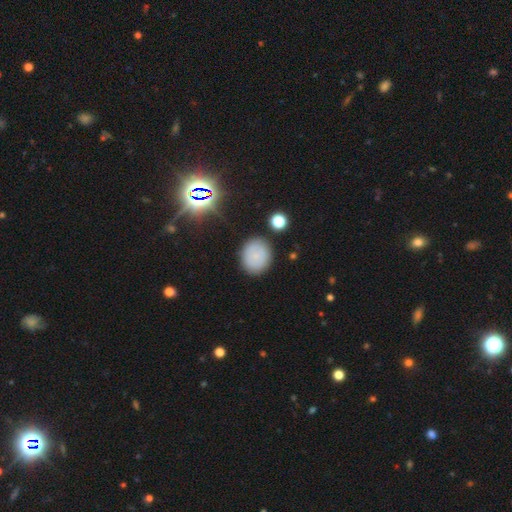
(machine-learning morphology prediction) Overall: smooth (76%). How rounded: round (69%; in between 30%). Merging: none (85%).